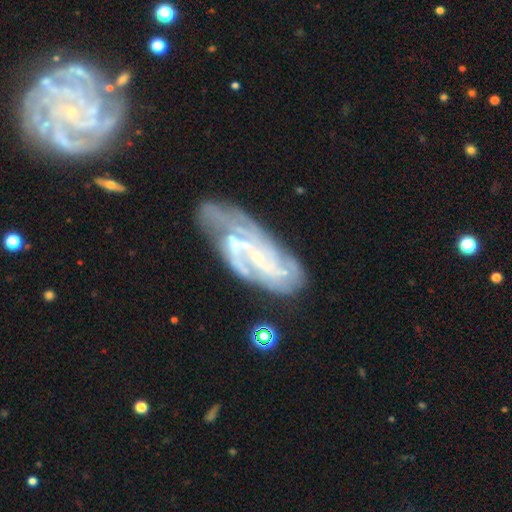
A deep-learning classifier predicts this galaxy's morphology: Overall: featured or disk (85%). Edge-on disk: no (94%). Bar: weak (39%; no 38%). Spiral arms: yes (93%). Spiral arm count: 2 (31%; can't tell 24%). Spiral winding: medium (43%; tight 40%). Bulge size: small (77%). Merging: none (61%).